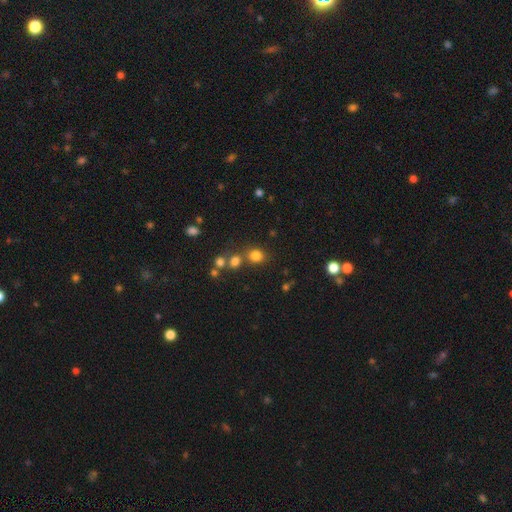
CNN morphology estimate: Smooth or featured: smooth — 78% (star or artifact — 16%)
How rounded: round — 72% (in between — 27%)
Merging: none — 67% (merger — 18%)